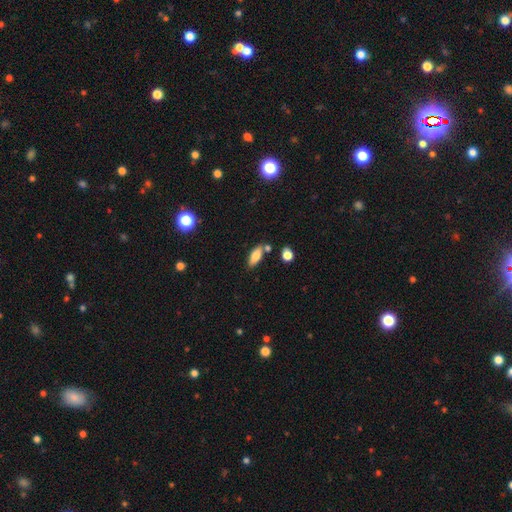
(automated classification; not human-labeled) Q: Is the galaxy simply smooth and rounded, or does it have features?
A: smooth — 76%.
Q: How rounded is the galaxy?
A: in between — 78%.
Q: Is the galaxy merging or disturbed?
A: none — 75%.